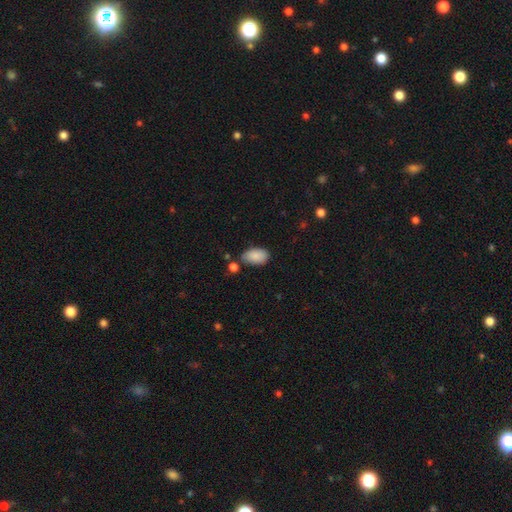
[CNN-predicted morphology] Smooth or featured? Predicted: smooth (p=0.88). How rounded? Predicted: in between (p=0.94). Merging? Predicted: none (p=0.72).